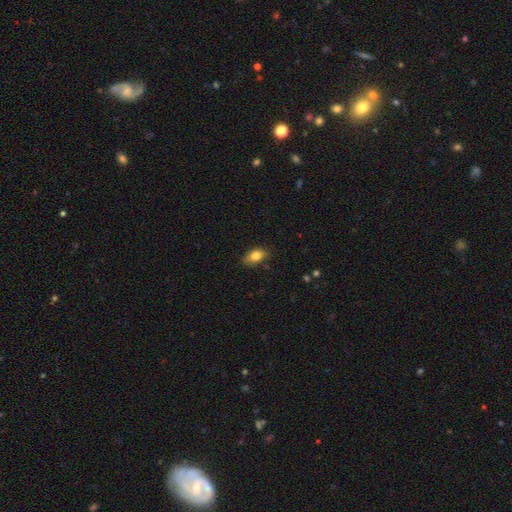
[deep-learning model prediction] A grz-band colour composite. It shows a smooth galaxy with no disk features (80%) that is in between round and cigar-shaped (87%). Merging: none (81%).